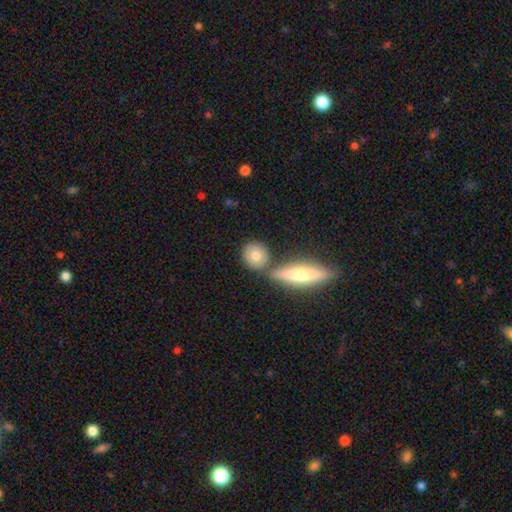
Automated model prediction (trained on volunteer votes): Smooth or featured: smooth — 75% (featured or disk — 18%)
How rounded: round — 78% (in between — 18%)
Merging: none — 71% (merger — 16%)